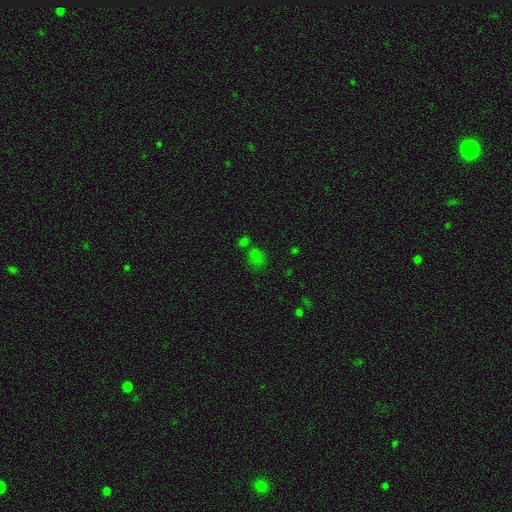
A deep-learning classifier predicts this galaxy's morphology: smooth-or-featured: smooth: 57% | star or artifact: 33% | featured or disk: 9%
  how-rounded: round: 58% | in between: 40% | cigar-shaped: 2%
  merging: none: 49% | merger: 26% | minor disturbance: 15% | major disturbance: 10%